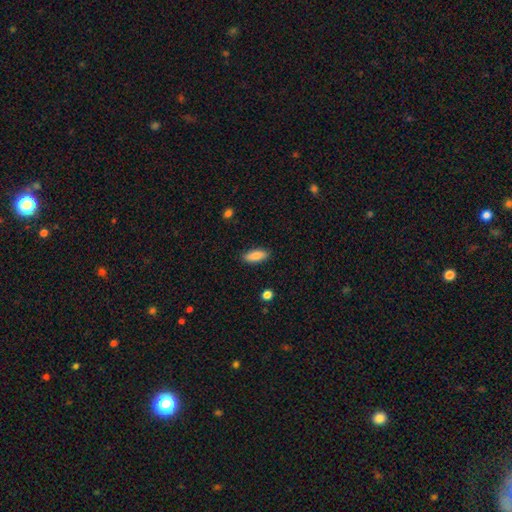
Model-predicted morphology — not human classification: A smooth galaxy with no disk features (87%) that is in between round and cigar-shaped (77%). Merging: none (87%).